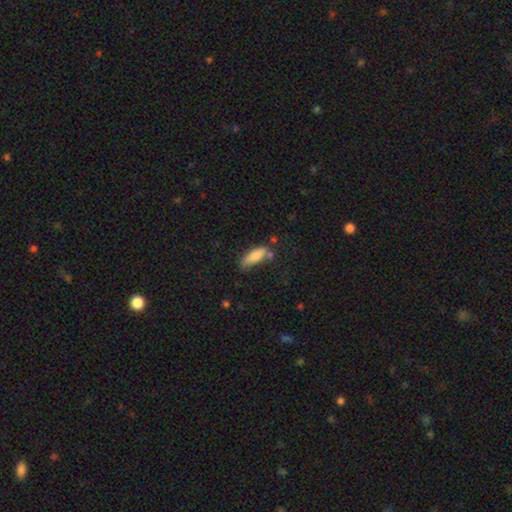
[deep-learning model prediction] This appears to be a smooth galaxy with no disk features (82%) that is in between round and cigar-shaped (64%). Merging: none (54%).